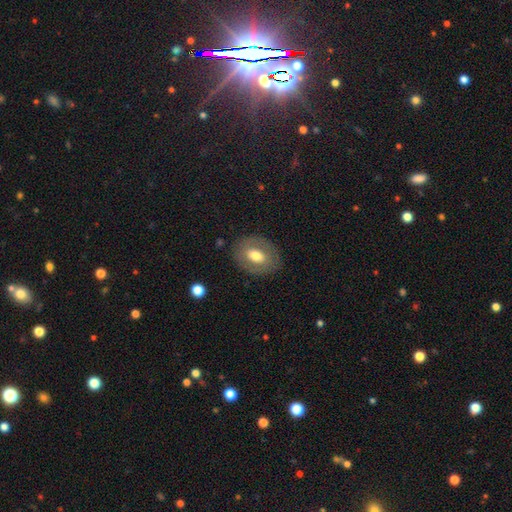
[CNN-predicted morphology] This is possibly a smooth galaxy (59%). How rounded: likely in between (72%). Merging: clearly none (82%).